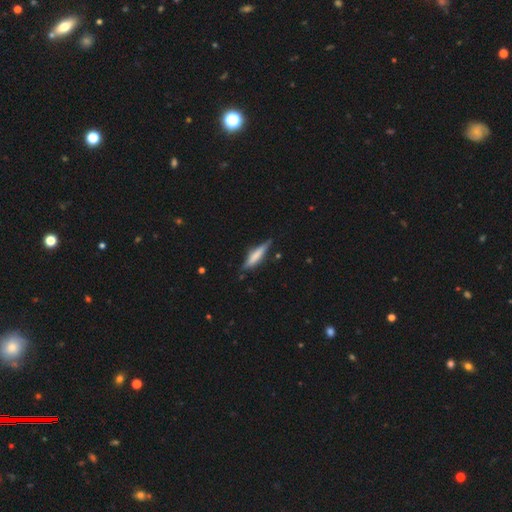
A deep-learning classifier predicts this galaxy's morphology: Smooth or featured? smooth (56%)
How rounded? cigar-shaped (83%)
Merging? none (78%)